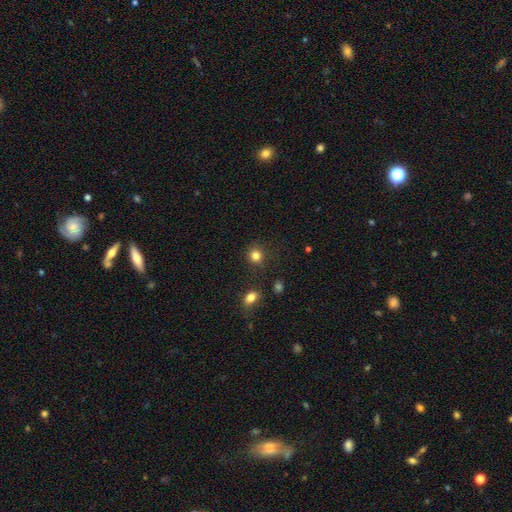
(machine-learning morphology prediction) A smooth galaxy with no disk features (82%) that is round (86%). Merging: none (82%).